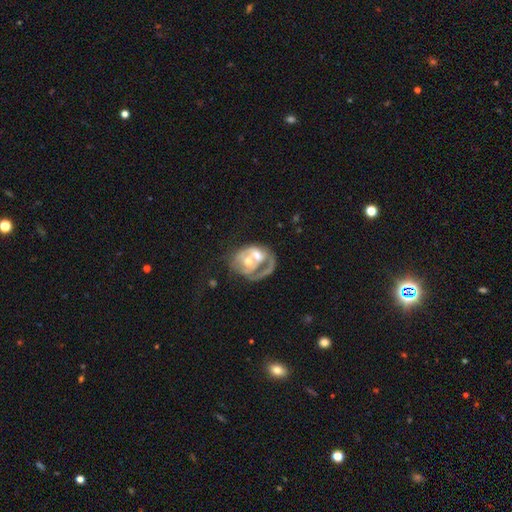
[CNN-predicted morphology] Q: Smooth or featured?
A: featured or disk (69%); runner-up: smooth (24%)
Q: Edge-on disk?
A: no (97%); runner-up: yes (3%)
Q: Bar?
A: no (76%); runner-up: weak (19%)
Q: Spiral arms?
A: no (53%); runner-up: yes (47%)
Q: Bulge size?
A: moderate (65%); runner-up: small (17%)
Q: Merging?
A: merger (60%); runner-up: major disturbance (18%)